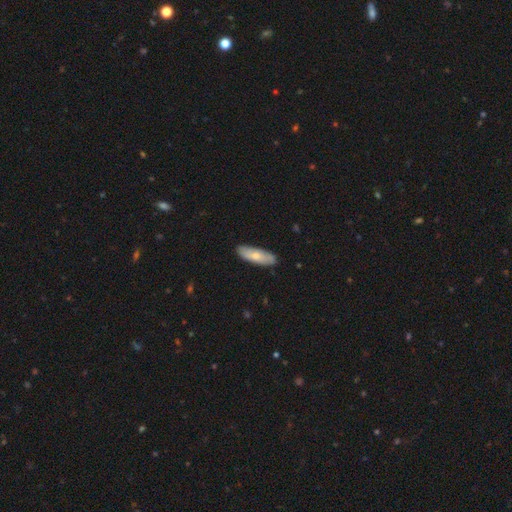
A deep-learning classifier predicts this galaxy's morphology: The model was most divided on "how rounded": in between: 57%, cigar-shaped: 41%, round: 2%. More confident: merging — none (85%); smooth or featured — smooth (70%).